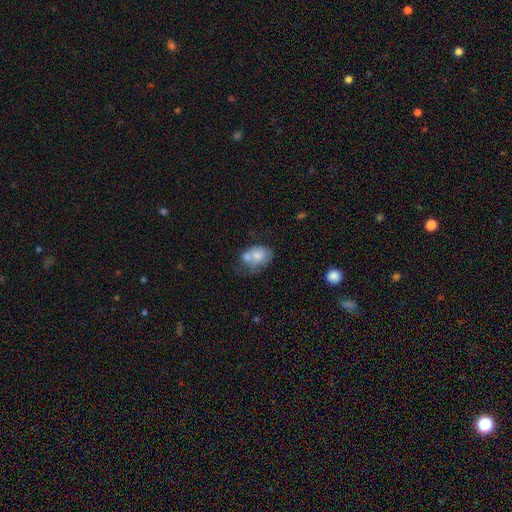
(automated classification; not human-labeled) smooth-or-featured: smooth: 68% | featured or disk: 24% | star or artifact: 8%
  how-rounded: in between: 69% | round: 30% | cigar-shaped: 1%
  merging: merger: 44% | none: 26% | minor disturbance: 19% | major disturbance: 11%